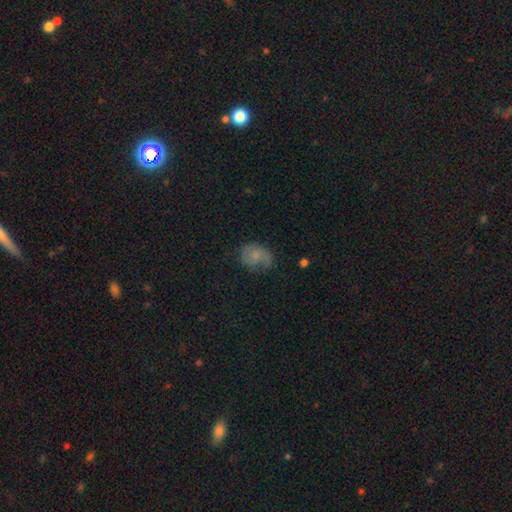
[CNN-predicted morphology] A smooth galaxy with no disk features (58%) that is in between round and cigar-shaped (54%).

Vote fractions:
- Smooth or featured? smooth: 58% / featured or disk: 31% / star or artifact: 11%
- How rounded? in between: 54% / round: 45% / cigar-shaped: 1%
- Merging? none: 50% / minor disturbance: 30% / major disturbance: 18% / merger: 2%